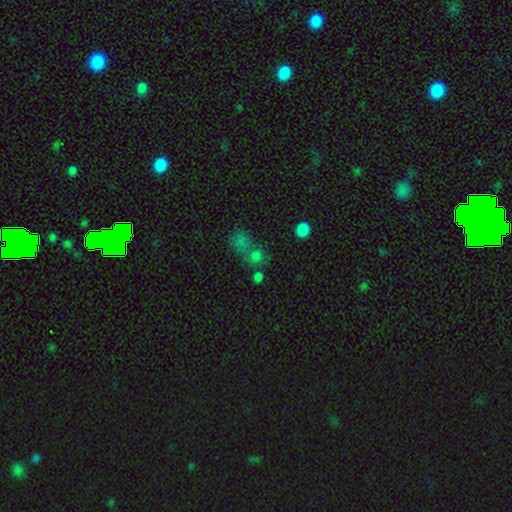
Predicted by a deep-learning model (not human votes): Smooth or featured? smooth (68%)
How rounded? round (75%)
Merging? none (45%)